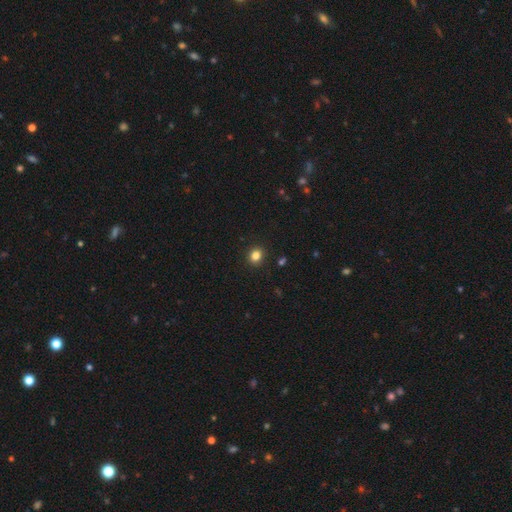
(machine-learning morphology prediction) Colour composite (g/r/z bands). It shows a smooth galaxy with no disk features (84%) that is round (70%). Merging: none (91%).